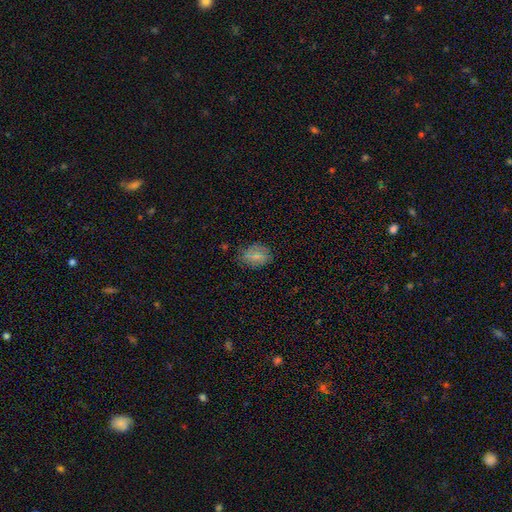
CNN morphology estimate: Smooth or featured: smooth — 66% (star or artifact — 22%)
How rounded: in between — 67% (round — 31%)
Merging: none — 78% (minor disturbance — 16%)